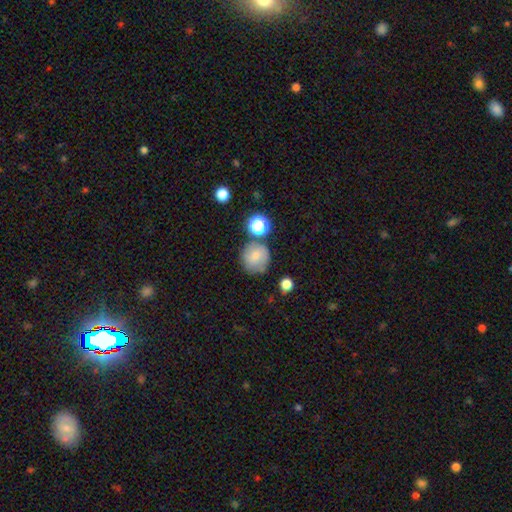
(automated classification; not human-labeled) This is likely a smooth galaxy (75%). How rounded: clearly round (90%). Merging: likely none (67%).